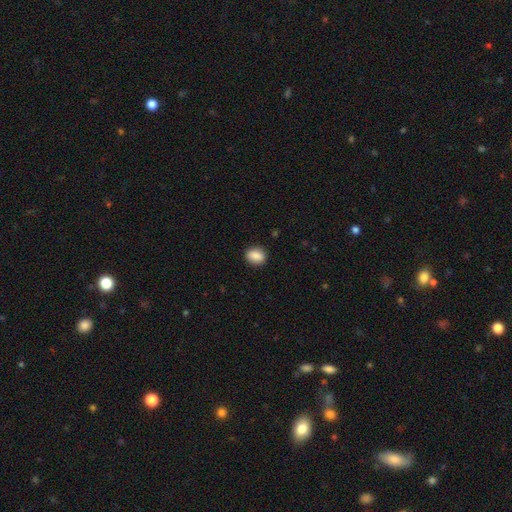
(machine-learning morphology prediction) This appears to be a smooth galaxy with no disk features (86%) that is in between round and cigar-shaped (50%). Merging: none (89%).